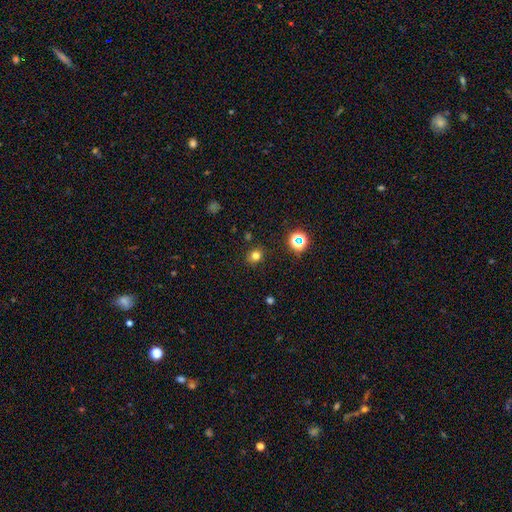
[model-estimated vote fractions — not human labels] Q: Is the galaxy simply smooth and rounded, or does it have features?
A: smooth — 74%.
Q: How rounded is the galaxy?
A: round — 74%.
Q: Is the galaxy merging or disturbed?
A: none — 86%.